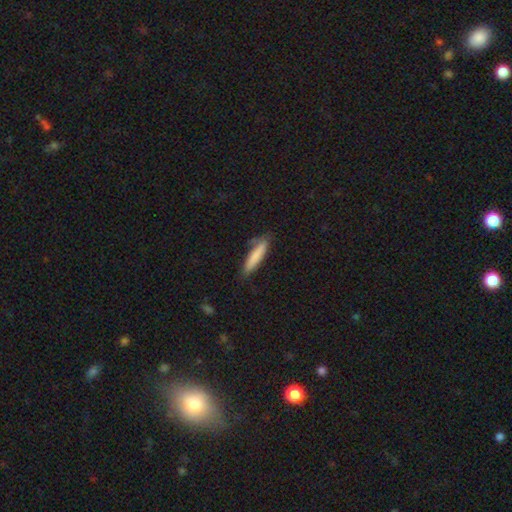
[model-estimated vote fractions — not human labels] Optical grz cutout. It shows a smooth galaxy with no disk features (79%) that is cigar-shaped (83%). Merging: none (72%).